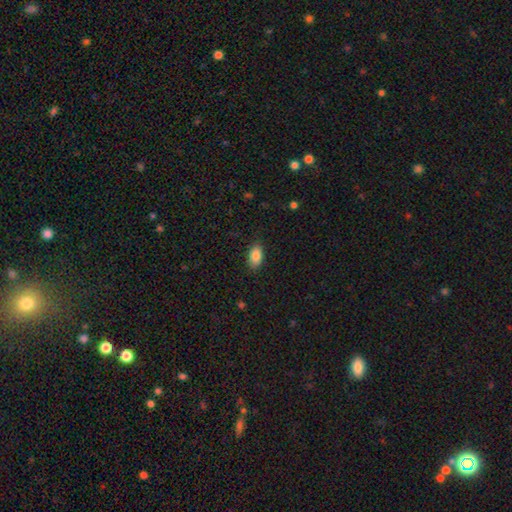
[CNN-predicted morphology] Smooth or featured? Predicted: smooth (p=0.86). How rounded? Predicted: in between (p=0.92). Merging? Predicted: none (p=0.86).